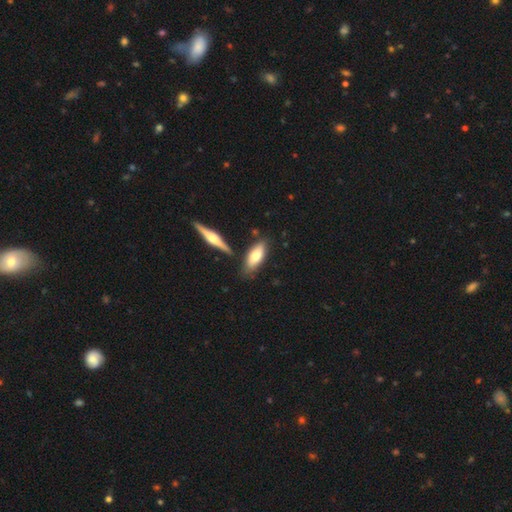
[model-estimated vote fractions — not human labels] smooth_or_featured: smooth (p=0.68) [alt: featured or disk p=0.26]
how_rounded: in between (p=0.71) [alt: cigar-shaped p=0.27]
merging: none (p=0.73) [alt: minor disturbance p=0.14]